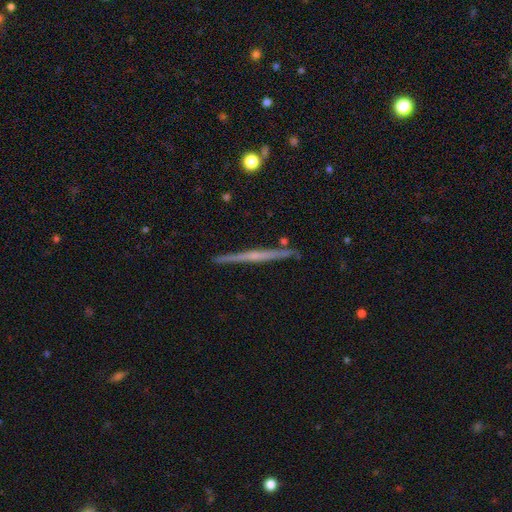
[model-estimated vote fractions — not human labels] A featured or disk galaxy (70%) viewed edge-on (98%) with no central bulge (60%). Merging: none (90%).